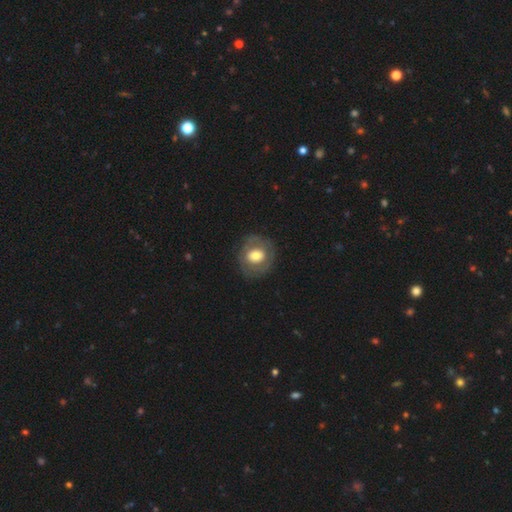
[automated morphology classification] A smooth galaxy with no disk features (52%) that is round (77%).

Vote fractions:
- Smooth or featured? smooth: 52% / featured or disk: 42% / star or artifact: 7%
- How rounded? round: 77% / in between: 22% / cigar-shaped: 1%
- Merging? none: 79% / minor disturbance: 13% / major disturbance: 7% / merger: 1%